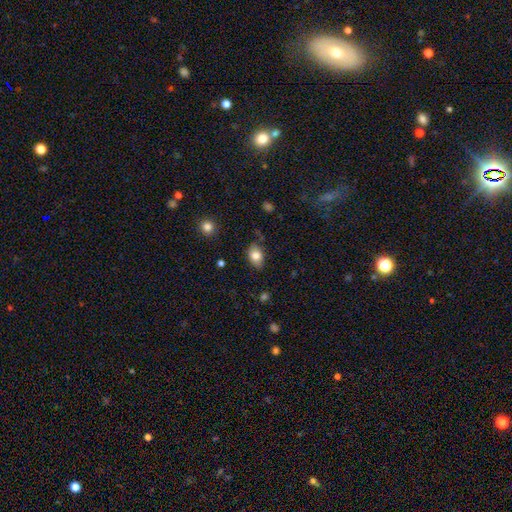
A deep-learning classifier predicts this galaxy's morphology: A smooth galaxy with no disk features (81%) that is in between round and cigar-shaped (85%).

Vote fractions:
- Smooth or featured? smooth: 81% / featured or disk: 11% / star or artifact: 8%
- How rounded? in between: 85% / round: 14% / cigar-shaped: 1%
- Merging? none: 75% / minor disturbance: 19% / major disturbance: 4% / merger: 2%